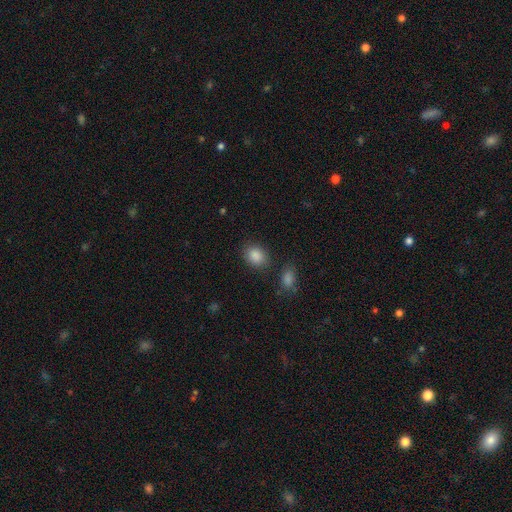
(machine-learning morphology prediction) Smooth or featured? Predicted: smooth (p=0.88). How rounded? Predicted: in between (p=0.62). Merging? Predicted: none (p=0.79).